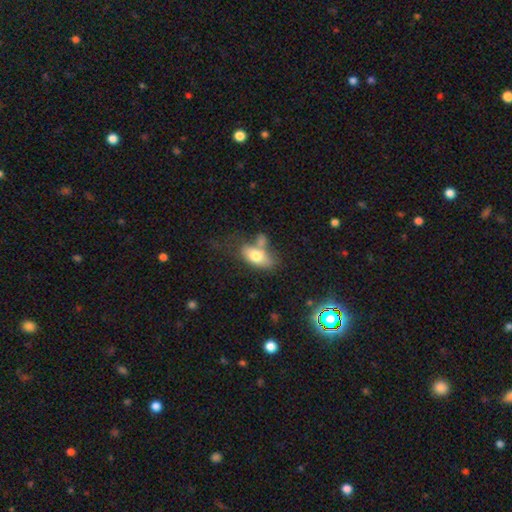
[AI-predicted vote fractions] This is likely a smooth galaxy (72%). How rounded: clearly in between (88%). Merging: marginally none (38%).